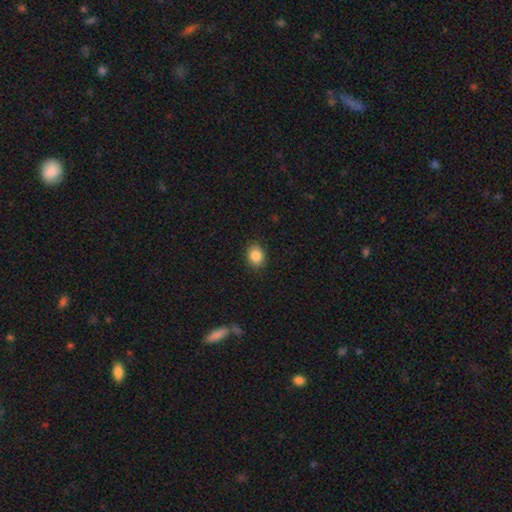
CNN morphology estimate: smooth 87%, star or artifact 9%, featured or disk 4%. Down the decision tree: how rounded — in between (54%); merging — none (88%).